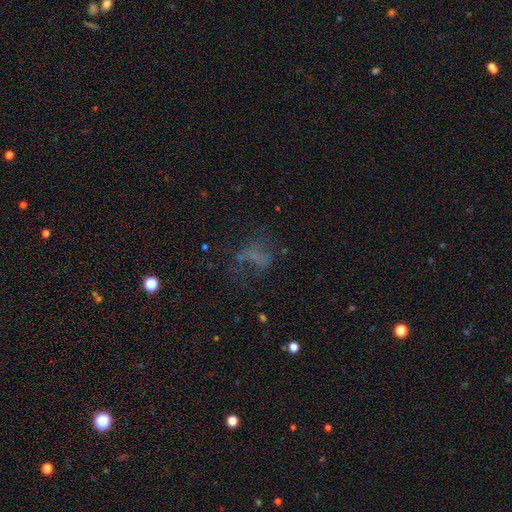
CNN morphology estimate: smooth_or_featured: smooth (p=0.37) [alt: featured or disk p=0.35]
merging: none (p=0.41) [alt: major disturbance p=0.36]